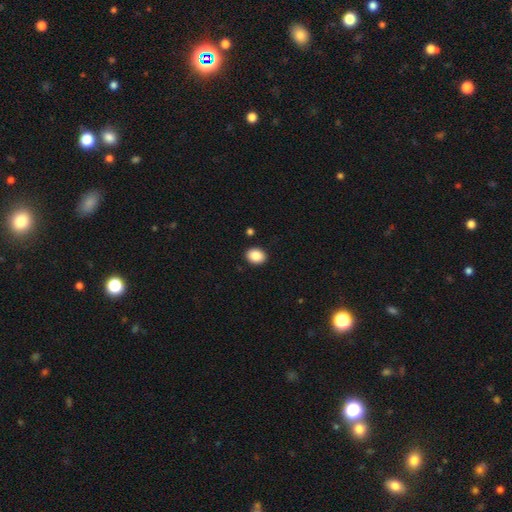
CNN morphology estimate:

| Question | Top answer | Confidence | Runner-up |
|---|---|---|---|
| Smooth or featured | smooth | 87% | star or artifact (8%) |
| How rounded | round | 51% | in between (49%) |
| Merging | none | 90% | minor disturbance (6%) |